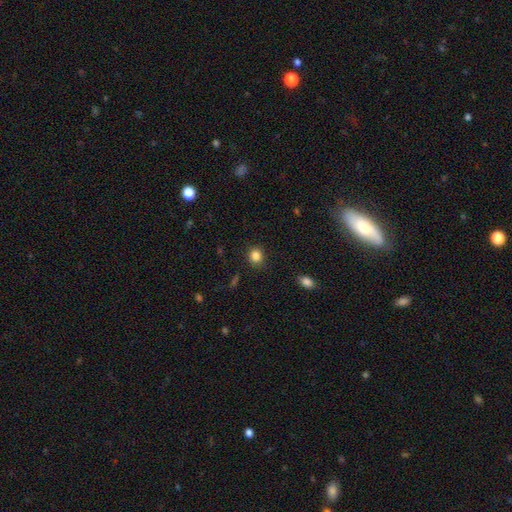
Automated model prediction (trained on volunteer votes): smooth_or_featured: smooth (p=0.85) [alt: star or artifact p=0.11]
how_rounded: round (p=0.77) [alt: in between p=0.22]
merging: none (p=0.86) [alt: minor disturbance p=0.10]